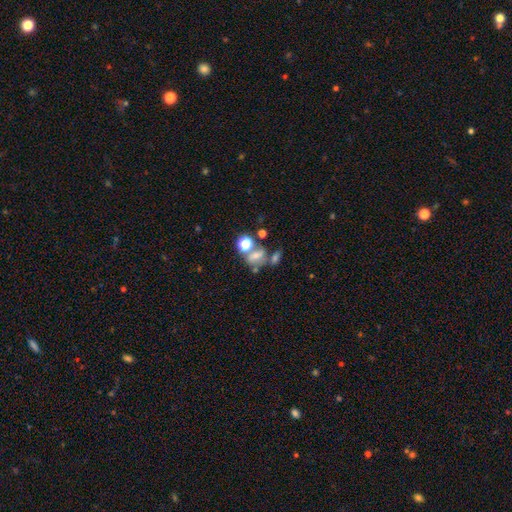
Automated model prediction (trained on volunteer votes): smooth_or_featured: smooth (p=0.53) [alt: featured or disk p=0.26]
how_rounded: in between (p=0.56) [alt: round p=0.41]
merging: merger (p=0.41) [alt: none p=0.34]